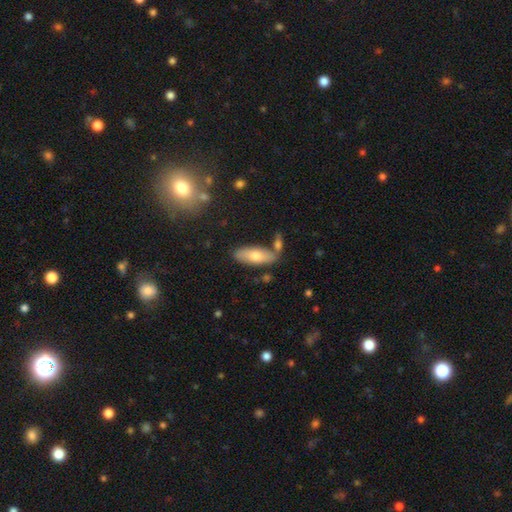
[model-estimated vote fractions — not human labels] smooth-or-featured: smooth: 68% | featured or disk: 25% | star or artifact: 7%
  how-rounded: in between: 70% | cigar-shaped: 28% | round: 2%
  merging: none: 70% | minor disturbance: 14% | merger: 12% | major disturbance: 4%